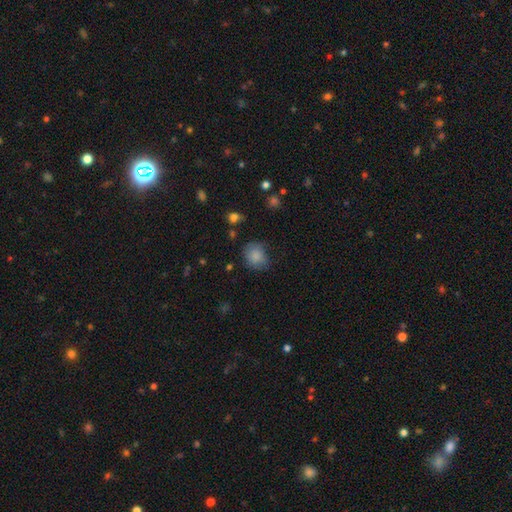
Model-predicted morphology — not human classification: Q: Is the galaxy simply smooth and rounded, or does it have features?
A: smooth — 84%.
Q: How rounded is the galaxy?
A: round — 62%.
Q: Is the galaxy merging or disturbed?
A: none — 66%.